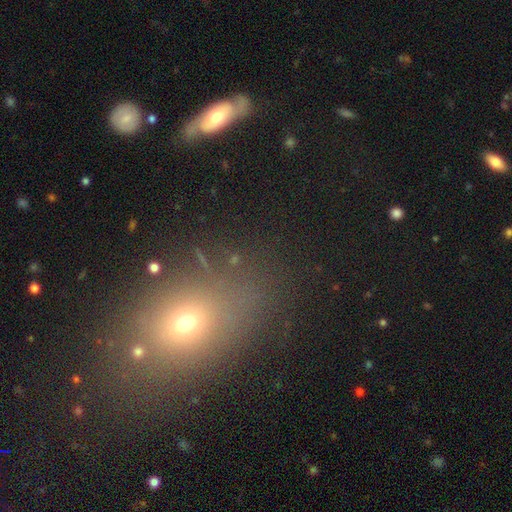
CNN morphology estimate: A smooth galaxy with no disk features (55%) that is in between round and cigar-shaped (61%). Merging: none (77%).